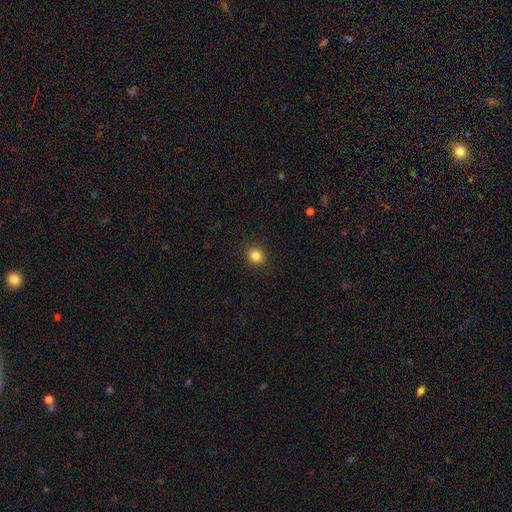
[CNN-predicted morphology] This appears to be a smooth galaxy with no disk features (84%) that is round (81%). Merging: none (91%).